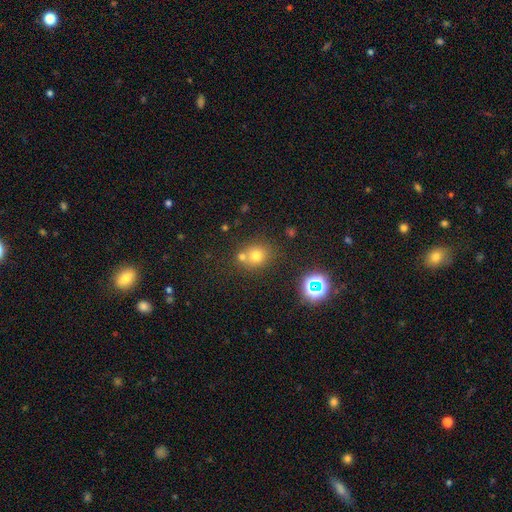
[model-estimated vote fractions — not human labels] Q: Smooth or featured?
A: smooth (69%); runner-up: star or artifact (20%)
Q: How rounded?
A: round (76%); runner-up: in between (23%)
Q: Merging?
A: none (59%); runner-up: merger (28%)